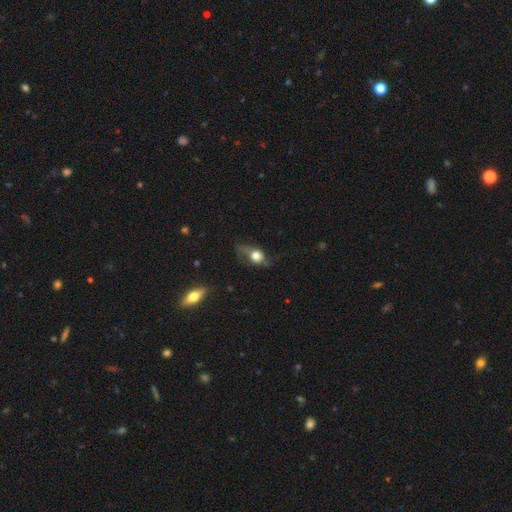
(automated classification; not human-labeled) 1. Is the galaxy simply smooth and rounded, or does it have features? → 51% smooth, 38% featured or disk, 11% star or artifact.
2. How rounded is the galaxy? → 47% round (tied), 47% in between (tied), 6% cigar-shaped.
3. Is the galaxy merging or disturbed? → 44% none, 29% major disturbance, 23% minor disturbance, 3% merger.